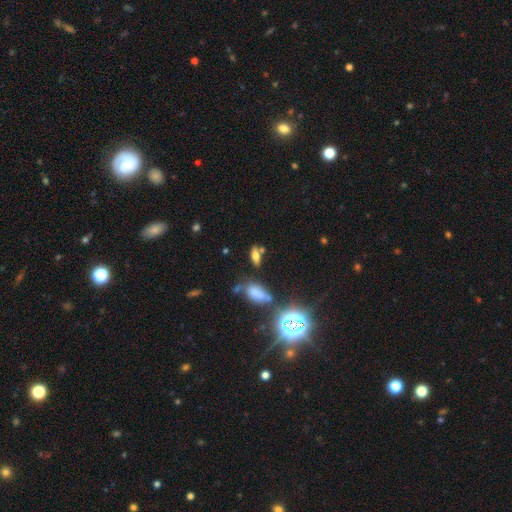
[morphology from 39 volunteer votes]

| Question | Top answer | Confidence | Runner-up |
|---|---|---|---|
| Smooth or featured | smooth | 64% | featured or disk (26%) |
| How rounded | in between | 60% | cigar-shaped (32%) |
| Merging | none | 71% | merger (20%) |